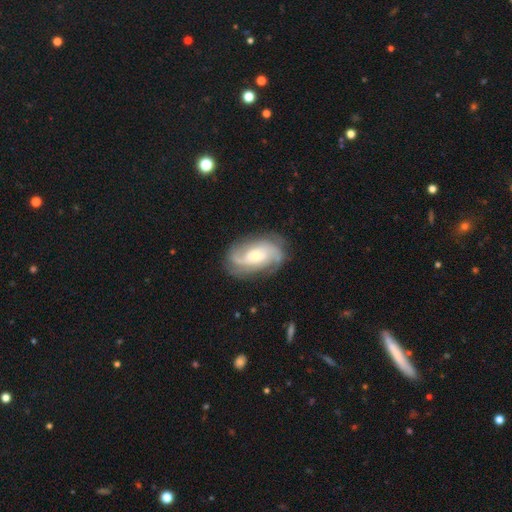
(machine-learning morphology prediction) A featured or disk galaxy (84%) with no bar (56%), 2 (42%) medium (42%) spiral arms (96%) and a small central bulge (51%).

Vote fractions:
- Smooth or featured? featured or disk: 84% / smooth: 10% / star or artifact: 5%
- Edge-on disk? no: 96% / yes: 4%
- Bar? no: 56% / weak: 33% / strong: 11%
- Spiral arms? yes: 96% / no: 4%
- Spiral winding? medium: 42% / tight: 41% / loose: 16%
- Spiral arm count? 2: 42% / 3: 27% / can't tell: 17% / 4: 6% / 1: 4% / more than 4: 4%
- Bulge size? small: 51% / moderate: 43% / large: 3% / none: 1% / dominant: 1%
- Merging? none: 76% / minor disturbance: 16% / major disturbance: 6% / merger: 1%